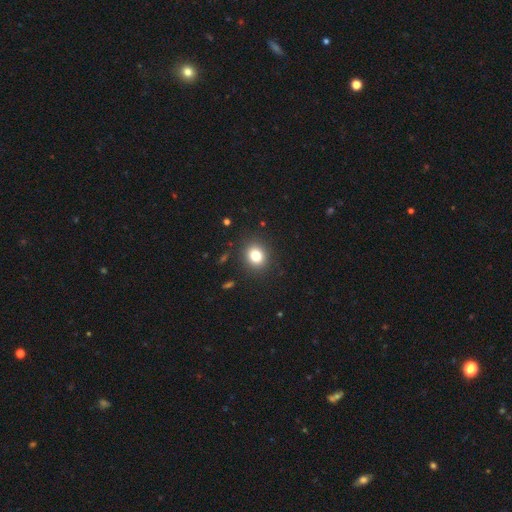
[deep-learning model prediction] Smooth or featured? Predicted: smooth (p=0.81). How rounded? Predicted: round (p=0.71). Merging? Predicted: none (p=0.89).